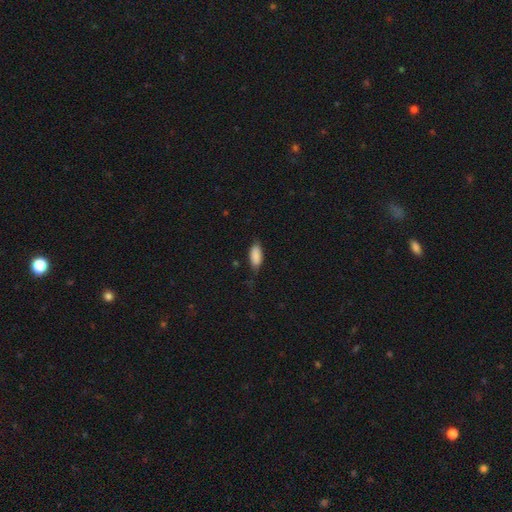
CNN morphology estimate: This appears to be a smooth galaxy with no disk features (87%) that is in between round and cigar-shaped (83%). Merging: none (70%).